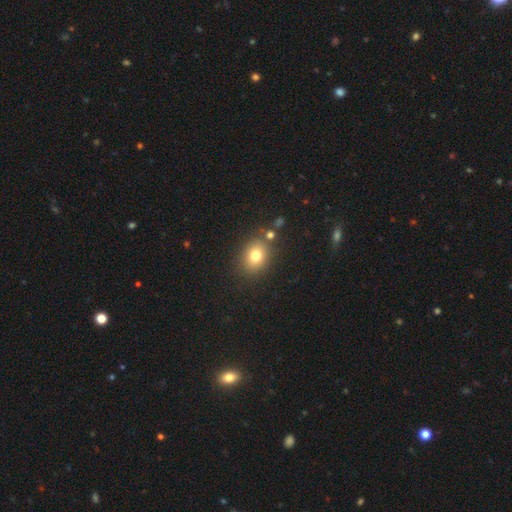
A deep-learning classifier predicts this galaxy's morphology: A smooth galaxy with no disk features (77%) that is round (54%). Merging: none (79%).